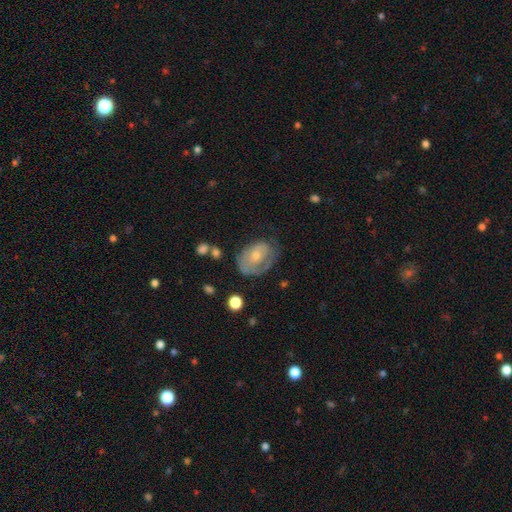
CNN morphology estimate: smooth_or_featured: featured or disk (p=0.48) [alt: smooth p=0.45]
merging: none (p=0.46) [alt: minor disturbance p=0.29]